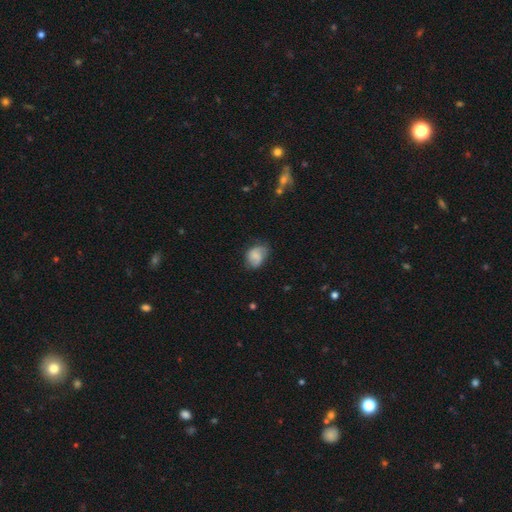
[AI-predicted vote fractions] A smooth galaxy with no disk features (62%) that is in between round and cigar-shaped (66%).

Vote fractions:
- Smooth or featured? smooth: 62% / featured or disk: 29% / star or artifact: 9%
- How rounded? in between: 66% / round: 33% / cigar-shaped: 1%
- Merging? none: 52% / minor disturbance: 33% / major disturbance: 12% / merger: 2%